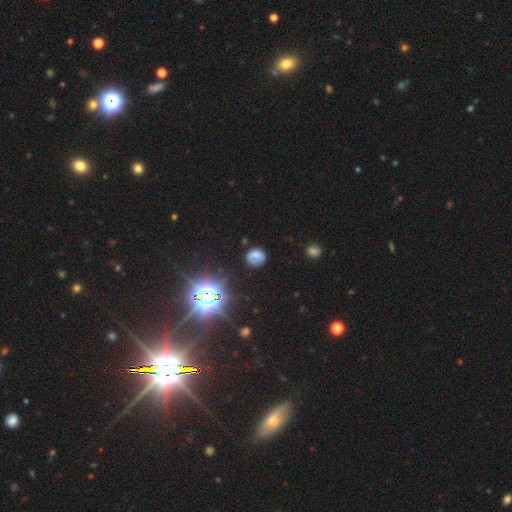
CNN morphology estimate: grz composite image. It shows a smooth galaxy with no disk features (64%) that is round (76%). Merging: none (71%).